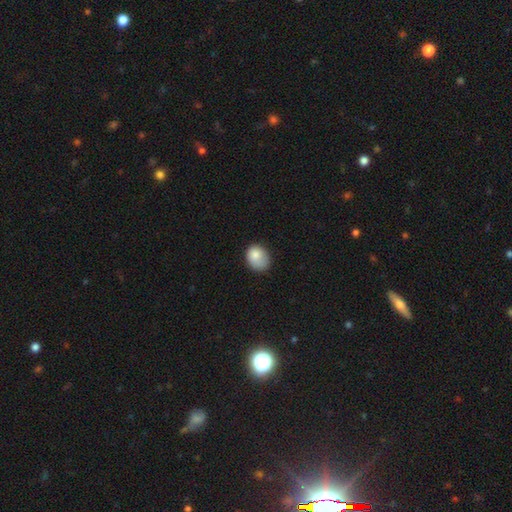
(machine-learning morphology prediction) This is clearly a smooth galaxy (83%). How rounded: possibly in between (53%). Merging: possibly none (50%).